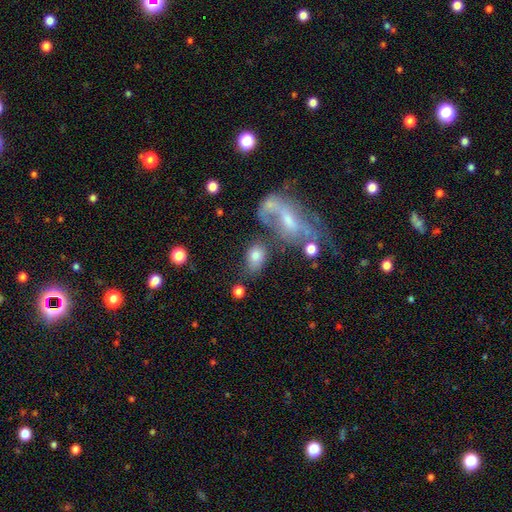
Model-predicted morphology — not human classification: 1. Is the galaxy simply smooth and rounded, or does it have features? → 74% smooth, 17% featured or disk, 9% star or artifact.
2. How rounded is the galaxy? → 79% in between, 19% round, 2% cigar-shaped.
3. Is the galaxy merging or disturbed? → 55% none, 18% minor disturbance, 16% merger, 11% major disturbance.